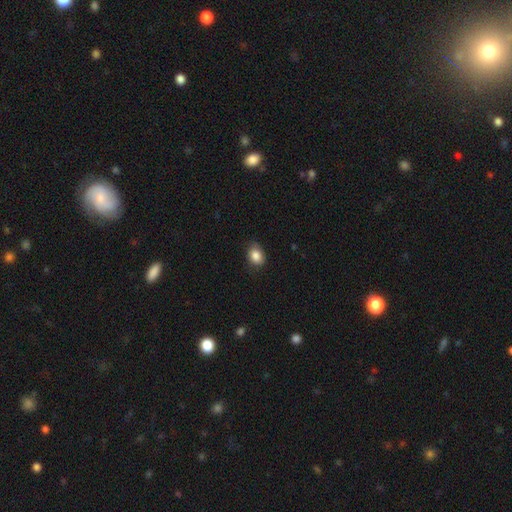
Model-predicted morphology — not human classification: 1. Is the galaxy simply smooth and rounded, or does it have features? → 86% smooth, 8% star or artifact, 6% featured or disk.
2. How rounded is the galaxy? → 64% in between, 35% round, 1% cigar-shaped.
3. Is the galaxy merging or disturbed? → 76% none, 19% minor disturbance, 3% major disturbance, 1% merger.